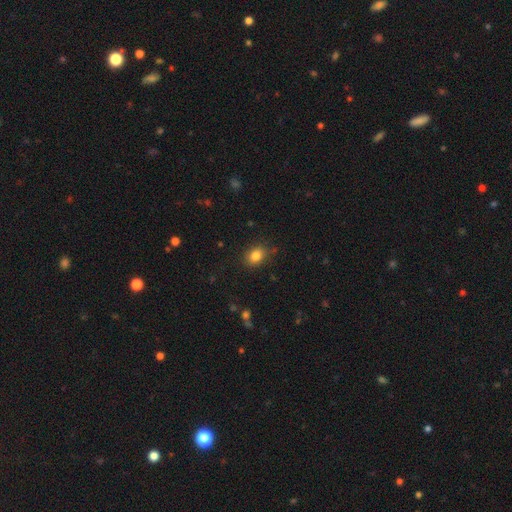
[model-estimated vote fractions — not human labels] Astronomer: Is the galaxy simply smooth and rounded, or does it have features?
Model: smooth — 83%.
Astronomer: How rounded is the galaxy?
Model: in between — 57% (runner-up: round, 42%).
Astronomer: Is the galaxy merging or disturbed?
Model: none — 84%.